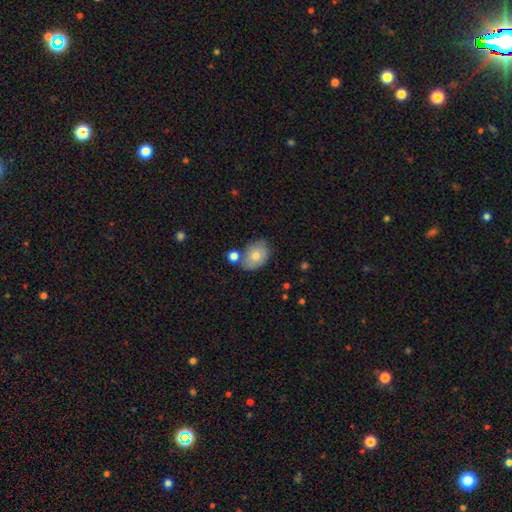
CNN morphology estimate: Smooth or featured?
  - smooth: 72% *
  - featured or disk: 20%
  - star or artifact: 8%
How rounded?
  - in between: 71% *
  - round: 28%
  - cigar-shaped: 1%
Merging?
  - none: 59% *
  - minor disturbance: 19%
  - merger: 17%
  - major disturbance: 5%